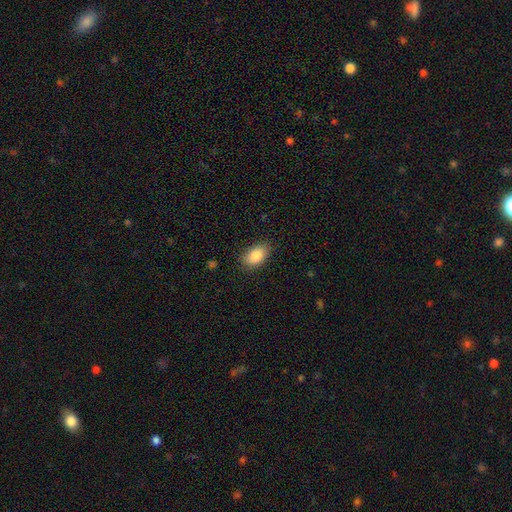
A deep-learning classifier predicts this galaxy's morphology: smooth_or_featured: smooth (p=0.88) [alt: star or artifact p=0.07]
how_rounded: in between (p=0.91) [alt: round p=0.07]
merging: none (p=0.83) [alt: minor disturbance p=0.13]